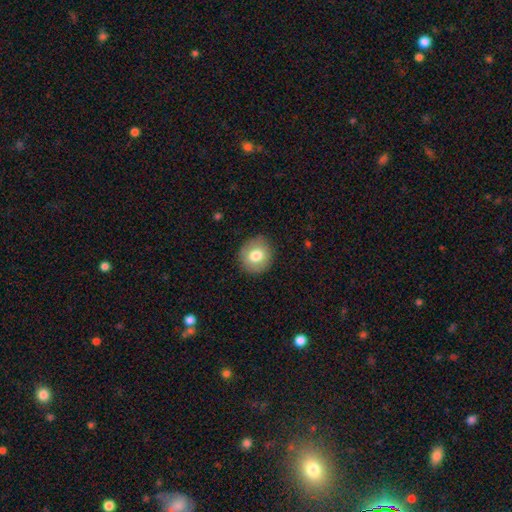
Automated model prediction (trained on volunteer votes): Smooth or featured? Predicted: smooth (p=0.78). How rounded? Predicted: round (p=0.88). Merging? Predicted: none (p=0.88).